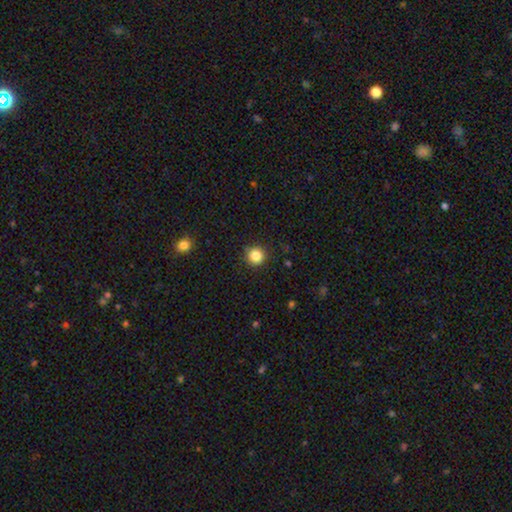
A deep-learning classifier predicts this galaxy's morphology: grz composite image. It shows a smooth galaxy with no disk features (85%) that is round (93%). Merging: none (89%).